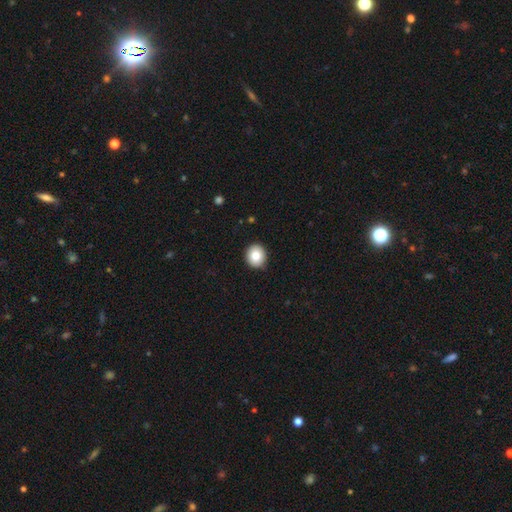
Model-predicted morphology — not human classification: This appears to be a smooth galaxy with no disk features (82%) that is round (80%). Merging: none (90%).